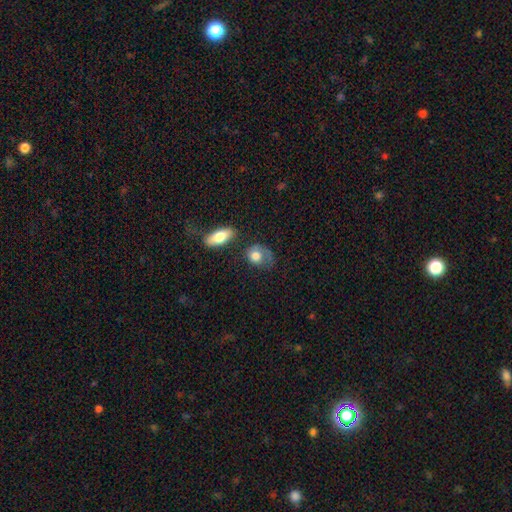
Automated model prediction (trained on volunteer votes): Smooth or featured? smooth (74%)
How rounded? in between (53%)
Merging? none (38%)